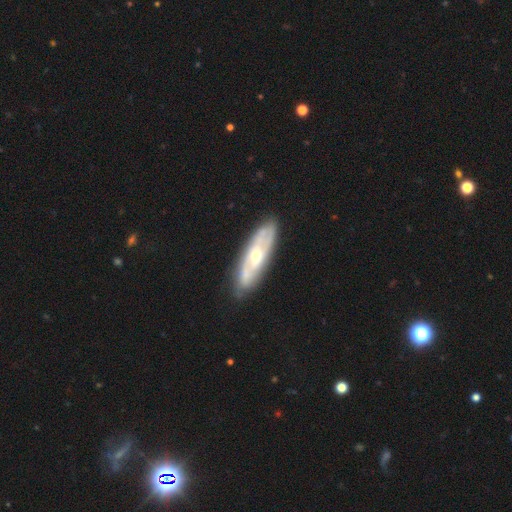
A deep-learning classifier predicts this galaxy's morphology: type=featured or disk (74%); edge-on=no (74%); bar=no (67%); spiral arms=yes (69%); bulge=moderate (57%); merging=none (82%).